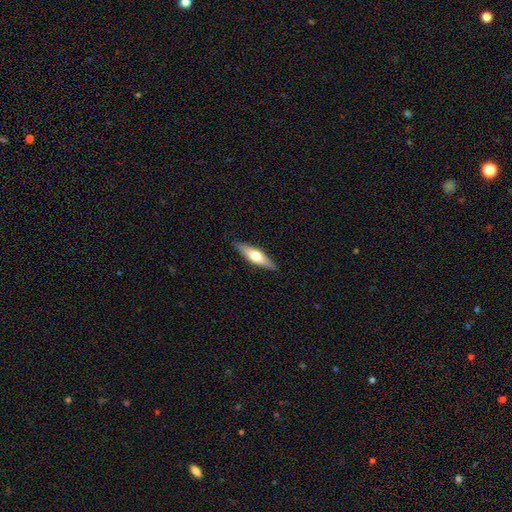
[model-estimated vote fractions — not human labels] featured or disk 49%, smooth 46%, star or artifact 5%. Down the decision tree: merging — none (88%).